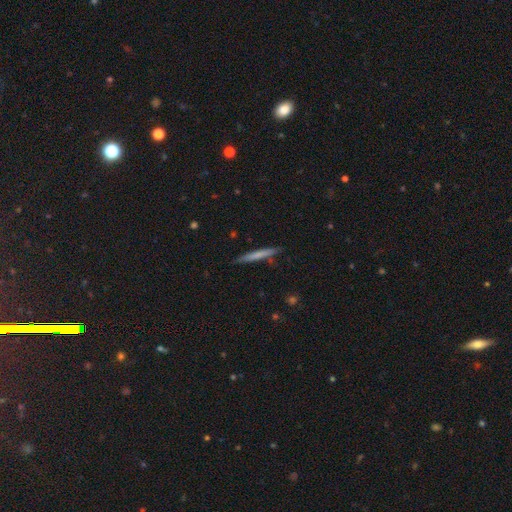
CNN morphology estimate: smooth_or_featured: smooth (p=0.59) [alt: featured or disk p=0.34]
how_rounded: cigar-shaped (p=0.96) [alt: in between p=0.02]
merging: none (p=0.89) [alt: minor disturbance p=0.08]